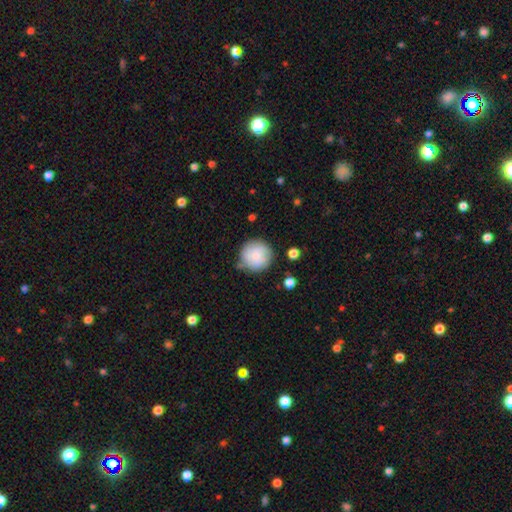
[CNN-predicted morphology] type=smooth (82%); roundness=round (95%); merging=none (73%).